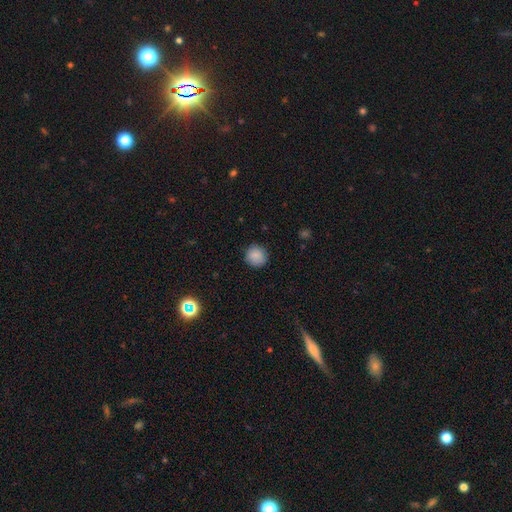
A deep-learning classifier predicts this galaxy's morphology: The model was most divided on "merging": none: 86%, minor disturbance: 10%, major disturbance: 2%, merger: 1%. More confident: how rounded — round (91%); smooth or featured — smooth (86%).